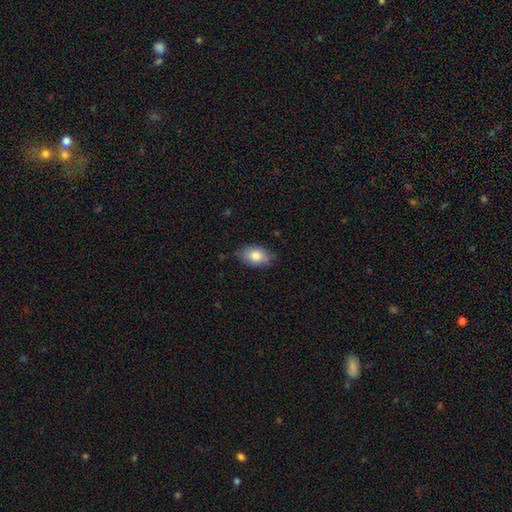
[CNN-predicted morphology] Q: Smooth or featured?
A: smooth (82%); runner-up: featured or disk (11%)
Q: How rounded?
A: in between (88%); runner-up: round (10%)
Q: Merging?
A: none (76%); runner-up: minor disturbance (19%)